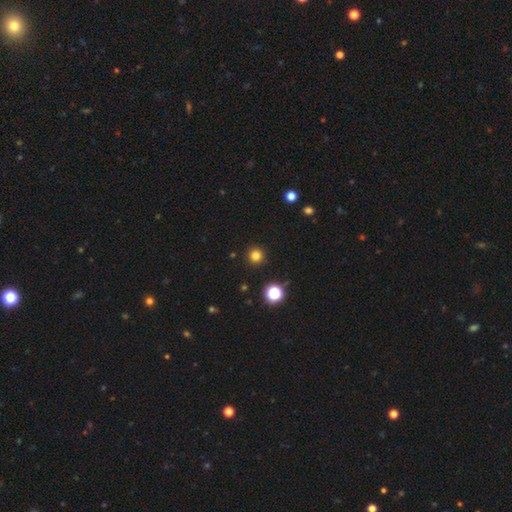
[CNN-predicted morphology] smooth 80%, star or artifact 15%, featured or disk 4%. Down the decision tree: how rounded — round (95%); merging — none (92%).